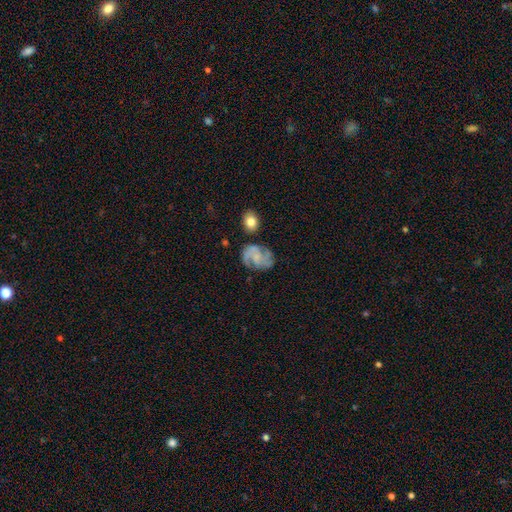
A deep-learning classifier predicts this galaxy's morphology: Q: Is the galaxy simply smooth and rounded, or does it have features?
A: featured or disk — 71%.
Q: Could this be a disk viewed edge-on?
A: no — 98%.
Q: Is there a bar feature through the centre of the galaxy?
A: no — 69%.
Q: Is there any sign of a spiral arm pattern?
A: yes — 90%.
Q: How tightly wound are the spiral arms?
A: medium — 47%.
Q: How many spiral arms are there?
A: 3 — 37%.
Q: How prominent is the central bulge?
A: none — 51%.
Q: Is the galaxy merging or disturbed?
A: none — 61%.